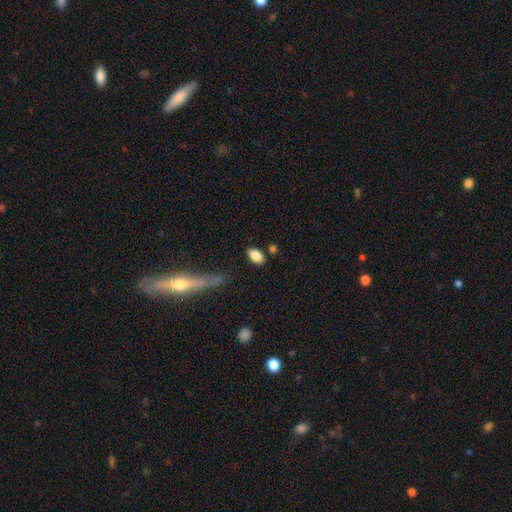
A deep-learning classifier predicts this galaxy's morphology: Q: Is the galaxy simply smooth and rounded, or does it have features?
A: smooth — 86%.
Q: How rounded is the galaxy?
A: in between — 90%.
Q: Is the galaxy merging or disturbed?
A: none — 81%.